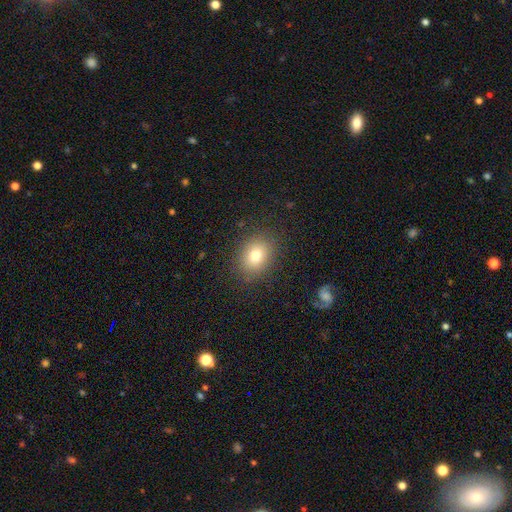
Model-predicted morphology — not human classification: A smooth galaxy with no disk features (78%) that is in between round and cigar-shaped (54%).

Vote fractions:
- Smooth or featured? smooth: 78% / star or artifact: 12% / featured or disk: 11%
- How rounded? in between: 54% / round: 45% / cigar-shaped: 1%
- Merging? none: 86% / minor disturbance: 9% / major disturbance: 3% / merger: 1%